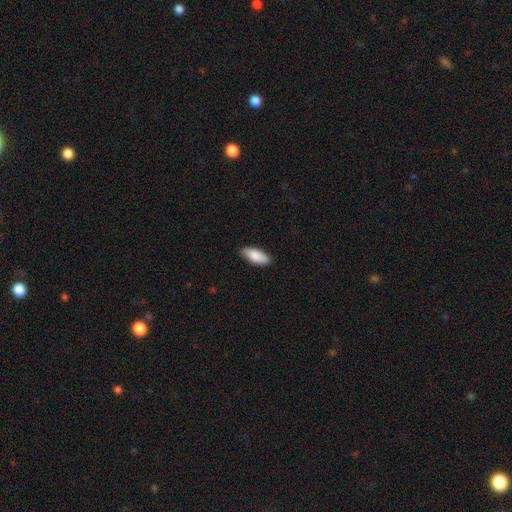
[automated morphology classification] Overall: smooth (86%). How rounded: in between (83%). Merging: none (87%).